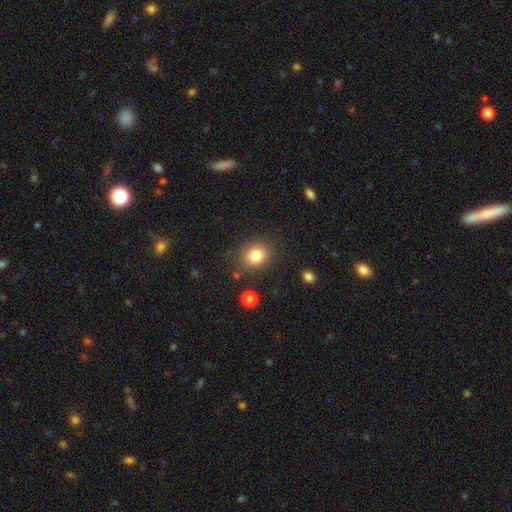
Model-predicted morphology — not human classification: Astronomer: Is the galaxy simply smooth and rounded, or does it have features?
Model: smooth — 82%.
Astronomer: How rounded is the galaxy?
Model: round — 63%.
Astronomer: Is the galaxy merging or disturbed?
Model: none — 83%.